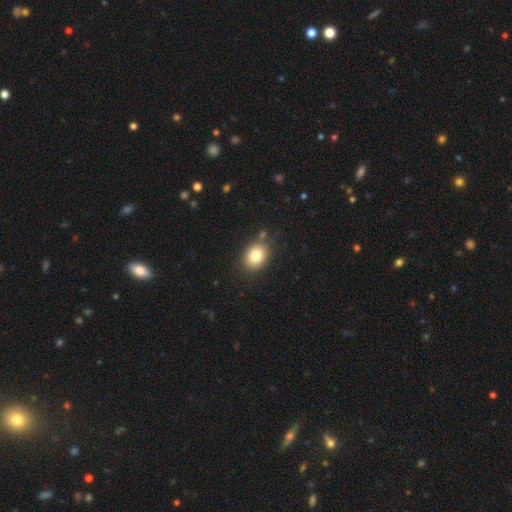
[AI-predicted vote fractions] Smooth or featured? smooth (82%)
How rounded? in between (57%)
Merging? none (81%)